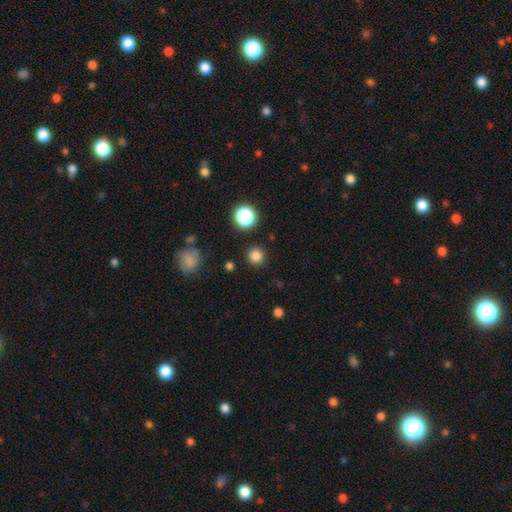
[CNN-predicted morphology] A smooth galaxy with no disk features (82%) that is round (94%). Merging: none (89%).